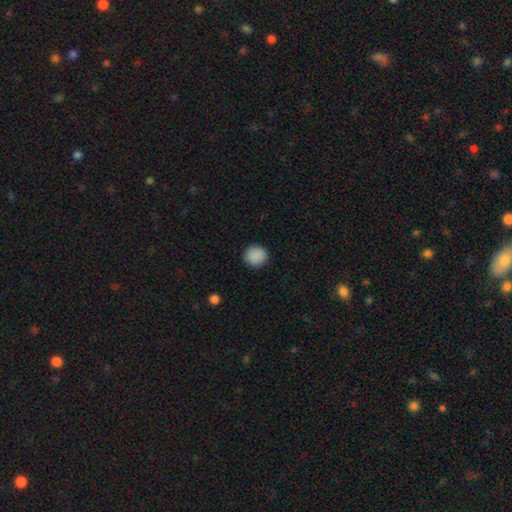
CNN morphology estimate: Q: Smooth or featured?
A: smooth (89%); runner-up: star or artifact (8%)
Q: How rounded?
A: round (92%); runner-up: in between (7%)
Q: Merging?
A: none (91%); runner-up: minor disturbance (6%)